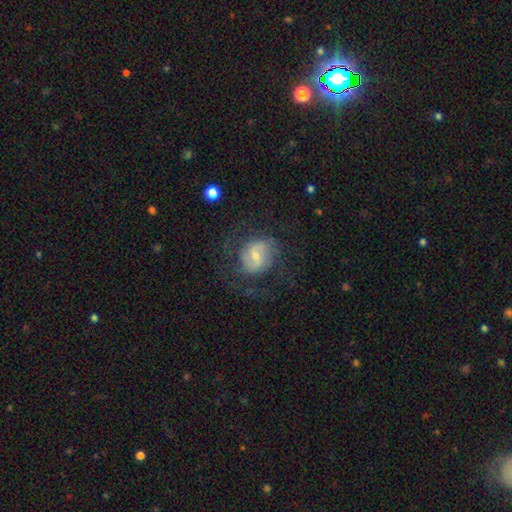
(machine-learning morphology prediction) Smooth or featured?
  - featured or disk: 65% *
  - smooth: 26%
  - star or artifact: 8%
Edge-on disk?
  - no: 97% *
  - yes: 3%
Bar?
  - weak: 55% *
  - no: 27%
  - strong: 18%
Spiral arms?
  - yes: 81% *
  - no: 19%
Spiral winding?
  - medium: 45% *
  - loose: 31%
  - tight: 24%
Spiral arm count?
  - 2: 62% *
  - can't tell: 23%
  - 3: 5%
  - 1: 5%
  - 4: 2%
  - more than 4: 2%
Bulge size?
  - small: 55% *
  - moderate: 36%
  - large: 4%
  - none: 4%
  - dominant: 1%
Merging?
  - none: 60% *
  - major disturbance: 21%
  - minor disturbance: 17%
  - merger: 2%